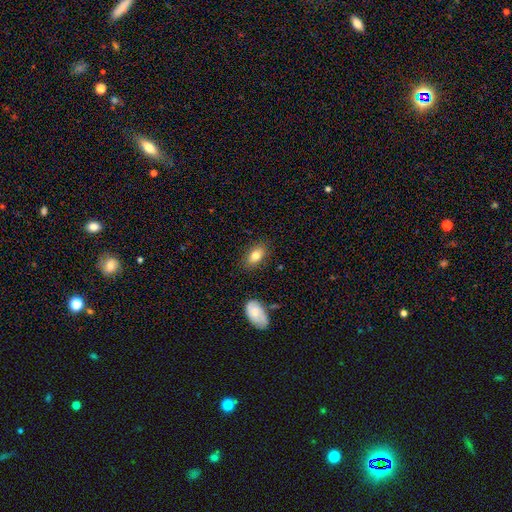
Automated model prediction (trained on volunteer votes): A smooth galaxy with no disk features (79%) that is in between round and cigar-shaped (89%).

Vote fractions:
- Smooth or featured? smooth: 79% / featured or disk: 13% / star or artifact: 8%
- How rounded? in between: 89% / round: 8% / cigar-shaped: 3%
- Merging? none: 84% / minor disturbance: 12% / major disturbance: 3% / merger: 2%